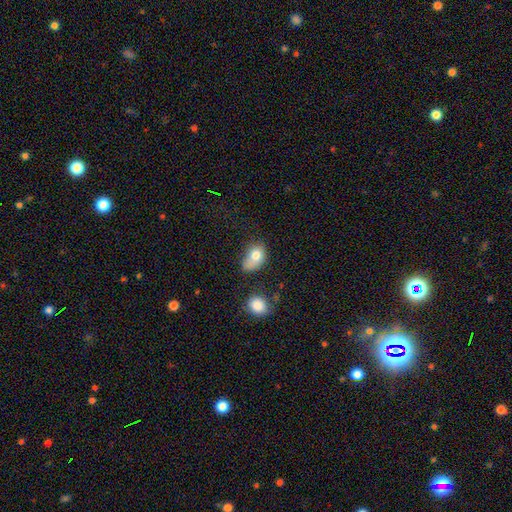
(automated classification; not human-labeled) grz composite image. It shows a smooth galaxy with no disk features (77%) that is in between round and cigar-shaped (74%). Merging: none (36%).